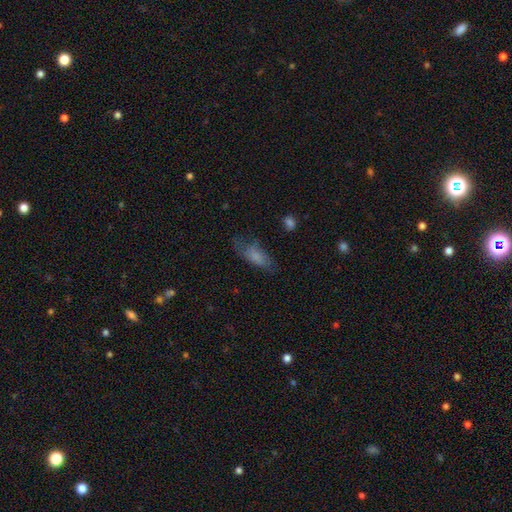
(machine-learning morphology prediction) A smooth galaxy with no disk features (73%) that is in between round and cigar-shaped (73%). Merging: none (54%).